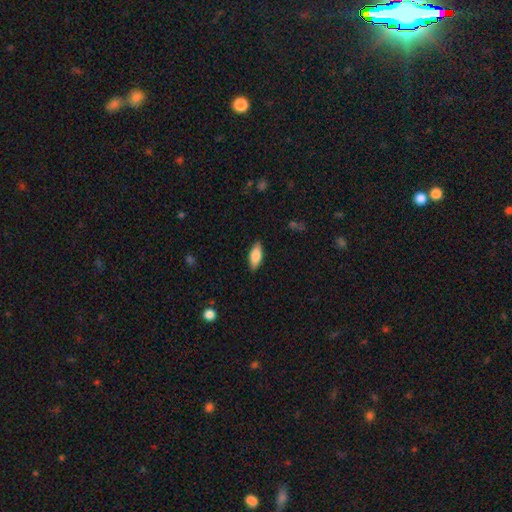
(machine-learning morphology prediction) Smooth or featured?
  - smooth: 81% *
  - featured or disk: 12%
  - star or artifact: 6%
How rounded?
  - in between: 79% *
  - cigar-shaped: 19%
  - round: 2%
Merging?
  - none: 86% *
  - minor disturbance: 10%
  - major disturbance: 2%
  - merger: 1%